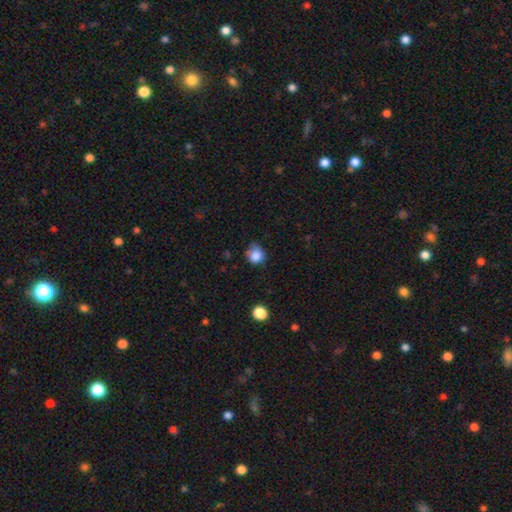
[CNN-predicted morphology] The model was most divided on "merging": none: 54%, minor disturbance: 34%, major disturbance: 9%, merger: 3%. More confident: smooth or featured — smooth (83%); how rounded — round (81%).